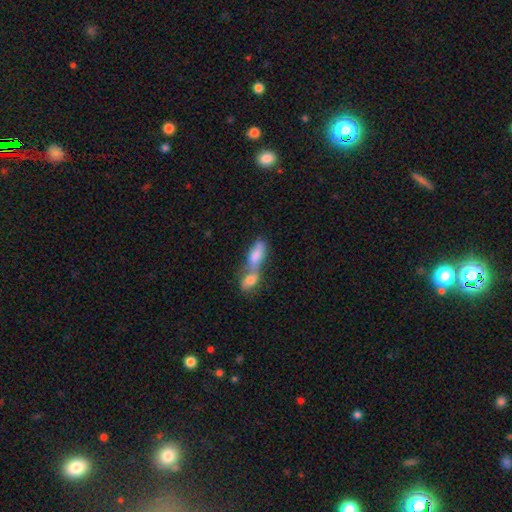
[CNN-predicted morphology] A smooth galaxy with no disk features (72%) that is in between round and cigar-shaped (73%).

Vote fractions:
- Smooth or featured? smooth: 72% / featured or disk: 19% / star or artifact: 9%
- How rounded? in between: 73% / cigar-shaped: 22% / round: 5%
- Merging? merger: 76% / none: 14% / minor disturbance: 6% / major disturbance: 5%